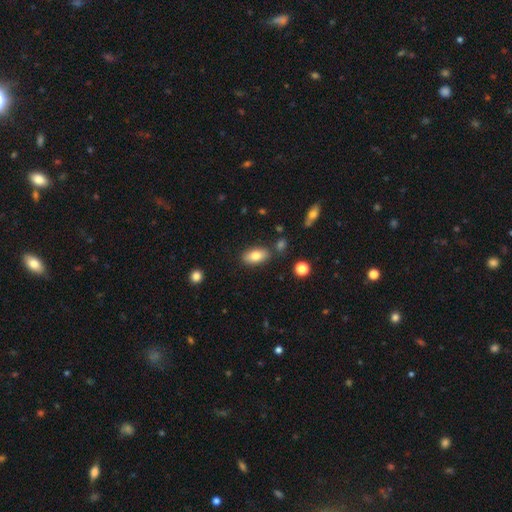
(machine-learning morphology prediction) Smooth or featured? smooth (79%)
How rounded? in between (91%)
Merging? none (81%)